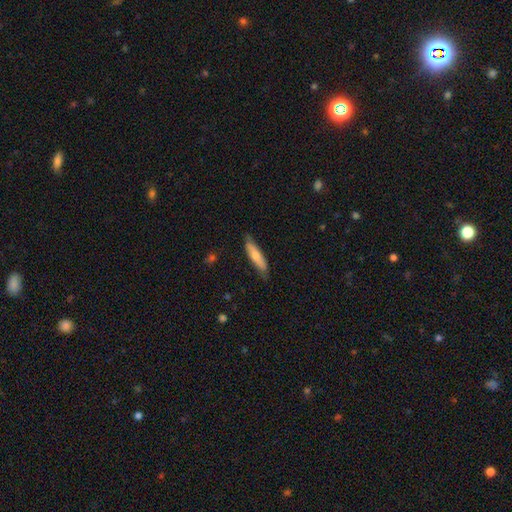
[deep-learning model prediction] Q: Smooth or featured?
A: smooth (68%); runner-up: featured or disk (26%)
Q: How rounded?
A: cigar-shaped (72%); runner-up: in between (26%)
Q: Merging?
A: none (76%); runner-up: minor disturbance (19%)